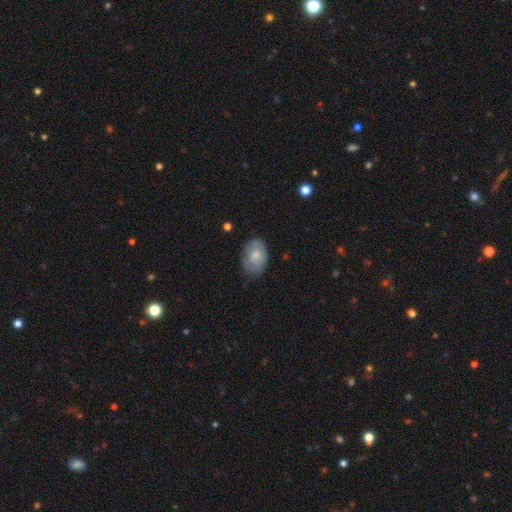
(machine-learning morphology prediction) smooth_or_featured: smooth (p=0.73) [alt: featured or disk p=0.21]
how_rounded: in between (p=0.84) [alt: round p=0.15]
merging: none (p=0.67) [alt: minor disturbance p=0.26]